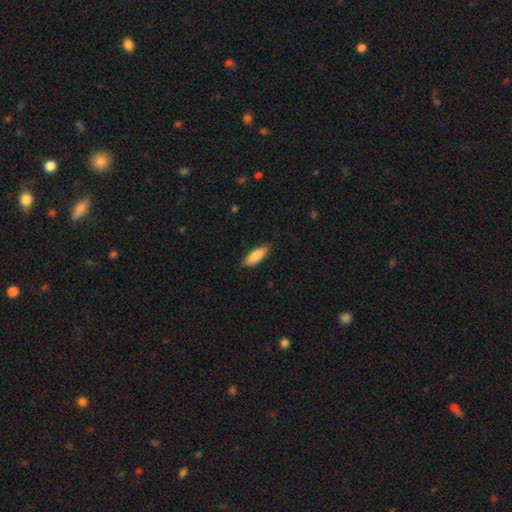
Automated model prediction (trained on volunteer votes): Q: Smooth or featured?
A: smooth (87%); runner-up: featured or disk (7%)
Q: How rounded?
A: in between (66%); runner-up: cigar-shaped (32%)
Q: Merging?
A: none (86%); runner-up: minor disturbance (11%)